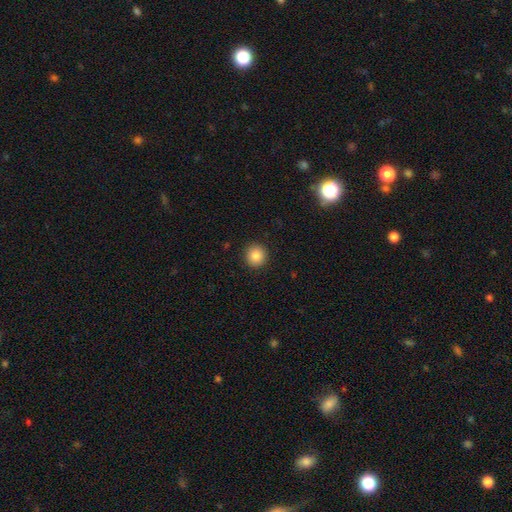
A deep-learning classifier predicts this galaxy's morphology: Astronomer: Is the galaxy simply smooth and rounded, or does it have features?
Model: smooth — 85%.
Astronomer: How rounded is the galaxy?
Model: round — 91%.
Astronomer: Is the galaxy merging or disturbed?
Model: none — 92%.